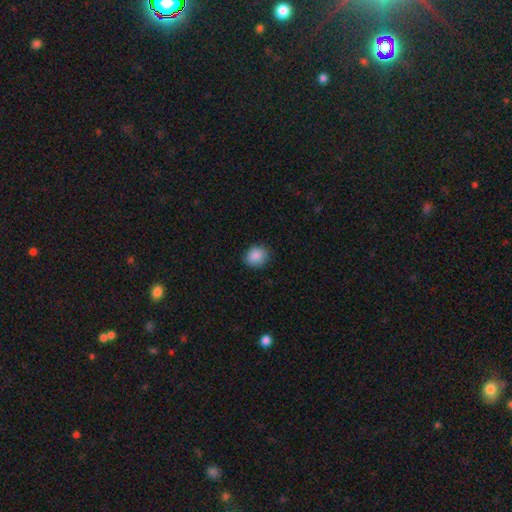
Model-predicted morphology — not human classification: Smooth or featured? Predicted: smooth (p=0.88). How rounded? Predicted: round (p=0.75). Merging? Predicted: none (p=0.85).